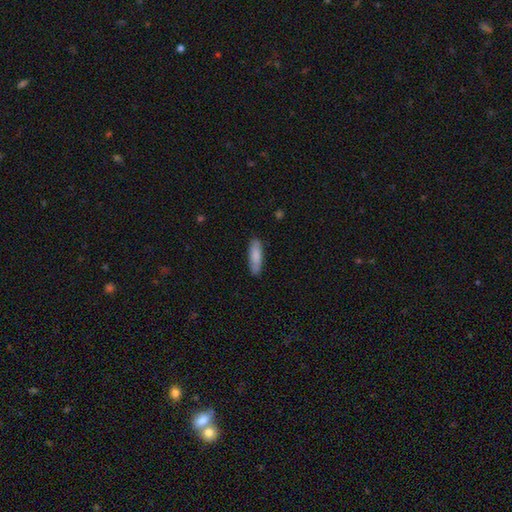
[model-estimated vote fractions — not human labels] Smooth or featured? smooth (84%)
How rounded? cigar-shaped (52%)
Merging? none (86%)